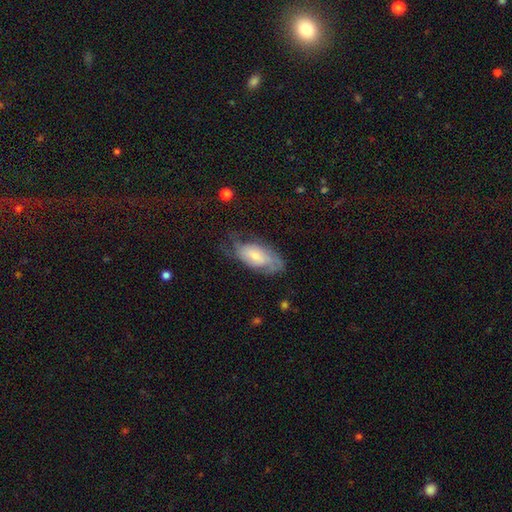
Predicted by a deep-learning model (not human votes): Q: Smooth or featured?
A: featured or disk (54%); runner-up: smooth (39%)
Q: Edge-on disk?
A: no (91%); runner-up: yes (9%)
Q: Merging?
A: none (49%); runner-up: minor disturbance (29%)